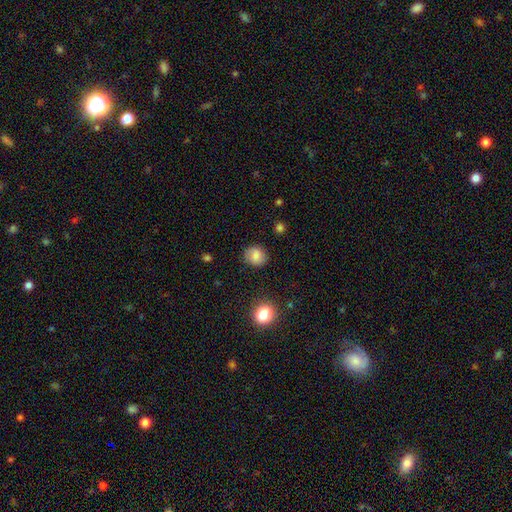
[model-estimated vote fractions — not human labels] Smooth or featured? Predicted: smooth (p=0.79). How rounded? Predicted: round (p=0.76). Merging? Predicted: none (p=0.83).